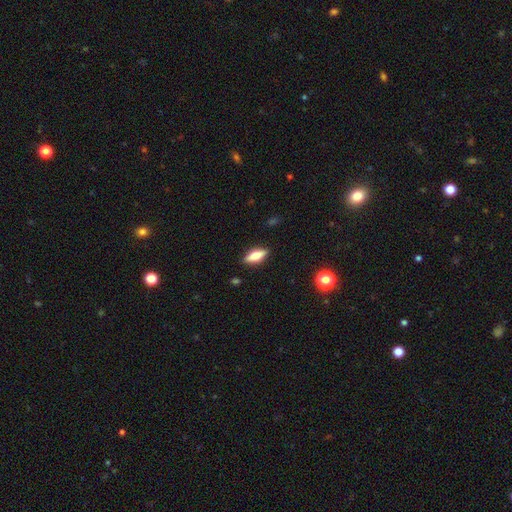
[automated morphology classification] Smooth or featured? Predicted: smooth (p=0.60). How rounded? Predicted: in between (p=0.67). Merging? Predicted: none (p=0.87).